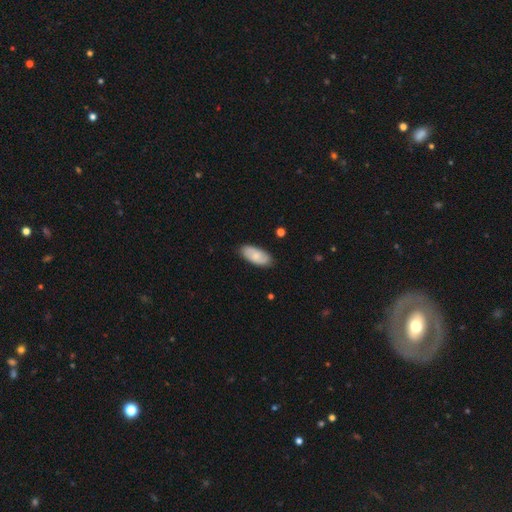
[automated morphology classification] Q: Smooth or featured?
A: smooth (68%); runner-up: featured or disk (26%)
Q: How rounded?
A: in between (90%); runner-up: cigar-shaped (7%)
Q: Merging?
A: none (85%); runner-up: minor disturbance (11%)